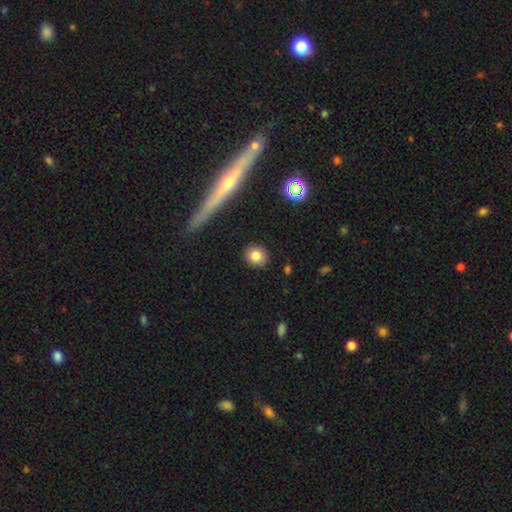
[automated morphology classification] Smooth or featured: smooth — 83% (star or artifact — 10%)
How rounded: round — 81% (in between — 17%)
Merging: none — 90% (minor disturbance — 7%)